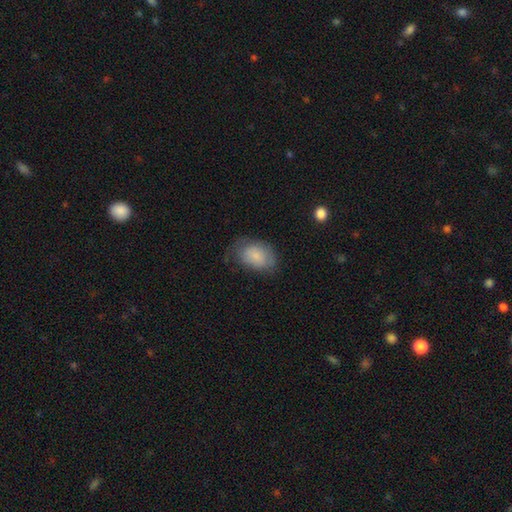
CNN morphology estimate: Smooth or featured: smooth — 79% (featured or disk — 14%)
How rounded: in between — 83% (round — 16%)
Merging: none — 59% (minor disturbance — 28%)